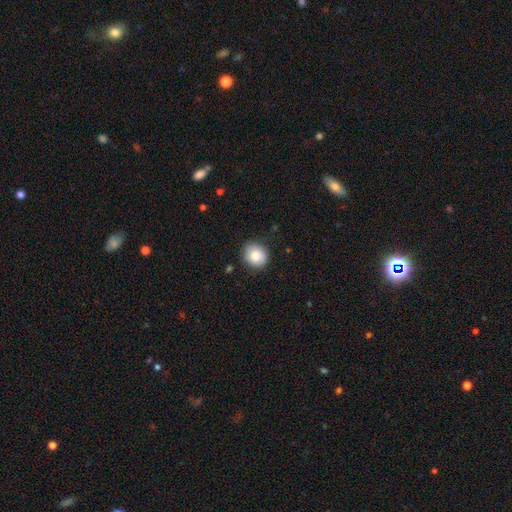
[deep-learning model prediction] Smooth or featured: smooth — 83% (featured or disk — 9%)
How rounded: round — 81% (in between — 18%)
Merging: none — 84% (minor disturbance — 12%)